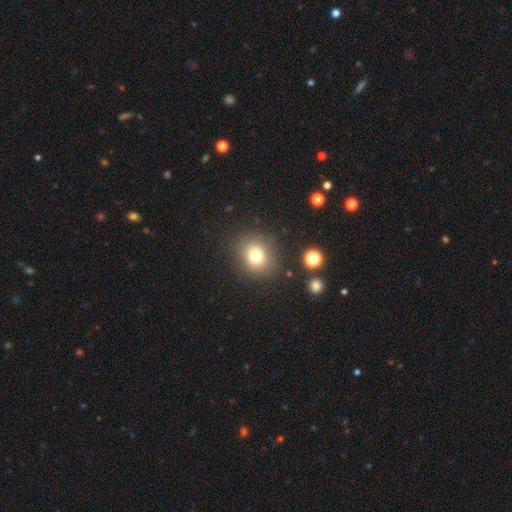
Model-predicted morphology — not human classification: smooth-or-featured: smooth: 76% | star or artifact: 15% | featured or disk: 10%
  how-rounded: round: 77% | in between: 23% | cigar-shaped: 1%
  merging: none: 86% | minor disturbance: 8% | major disturbance: 4% | merger: 2%